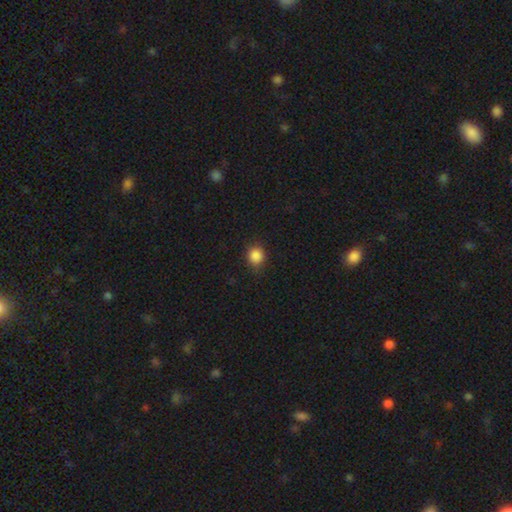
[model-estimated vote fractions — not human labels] A smooth galaxy with no disk features (86%) that is round (82%).

Vote fractions:
- Smooth or featured? smooth: 86% / star or artifact: 11% / featured or disk: 3%
- How rounded? round: 82% / in between: 17% / cigar-shaped: 1%
- Merging? none: 81% / minor disturbance: 15% / major disturbance: 3% / merger: 1%